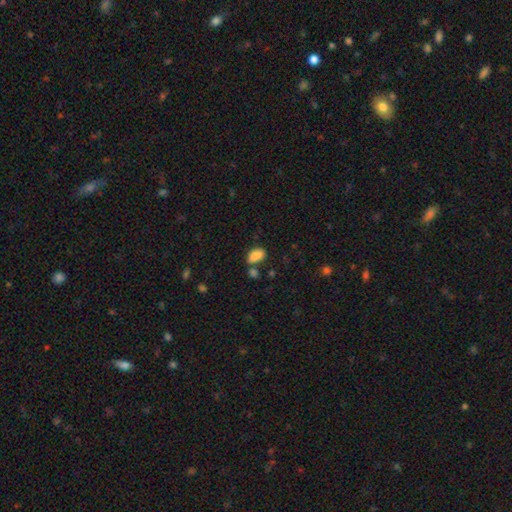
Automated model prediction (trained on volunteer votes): The model was most divided on "merging": none: 51%, merger: 25%, minor disturbance: 18%, major disturbance: 6%. More confident: how rounded — in between (89%); smooth or featured — smooth (84%).